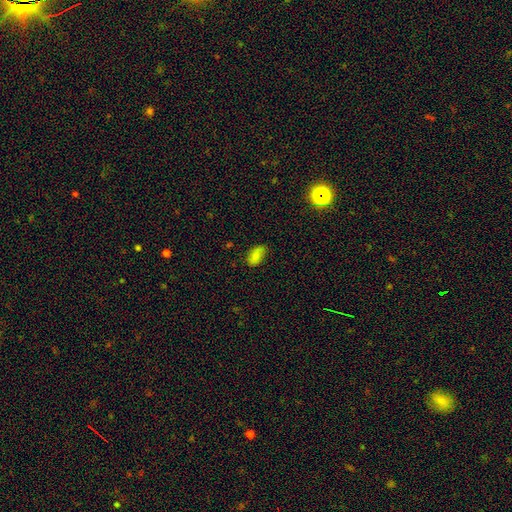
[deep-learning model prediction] smooth 81%, star or artifact 10%, featured or disk 9%. Down the decision tree: how rounded — in between (93%); merging — none (74%).